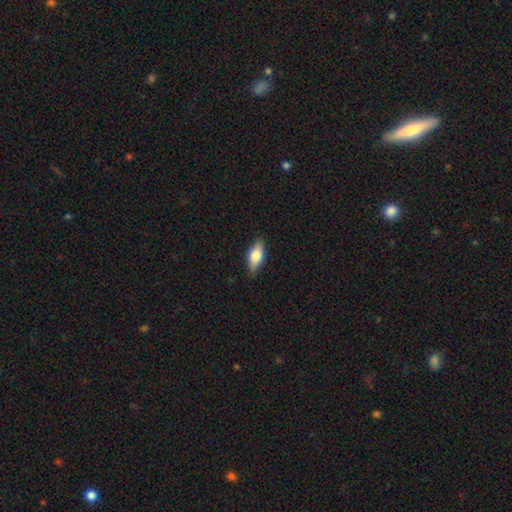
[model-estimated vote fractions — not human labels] smooth 73%, featured or disk 20%, star or artifact 6%. Down the decision tree: how rounded — in between (83%); merging — none (86%).